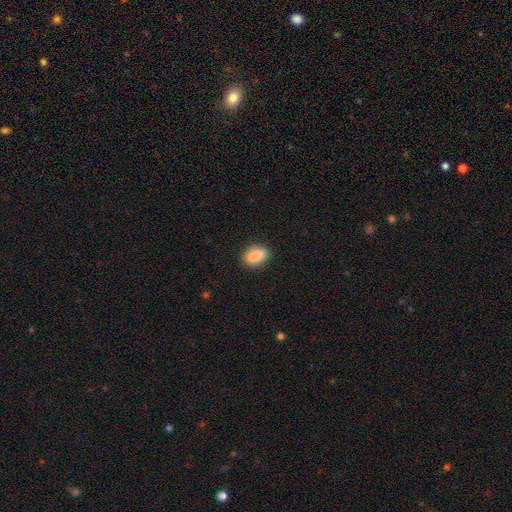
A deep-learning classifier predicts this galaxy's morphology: Smooth or featured? smooth (88%)
How rounded? in between (85%)
Merging? none (84%)